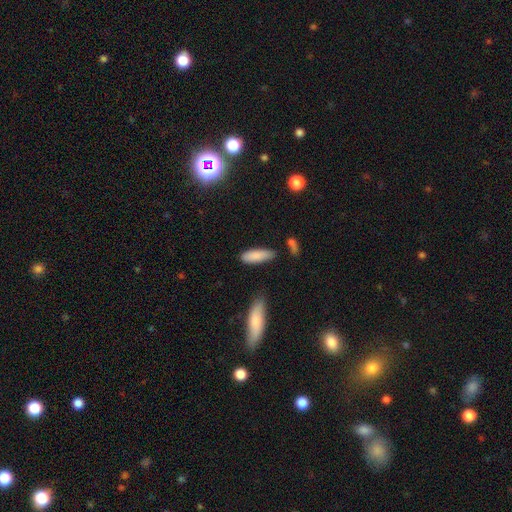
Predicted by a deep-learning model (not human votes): Smooth or featured? Predicted: smooth (p=0.85). How rounded? Predicted: in between (p=0.58). Merging? Predicted: none (p=0.72).